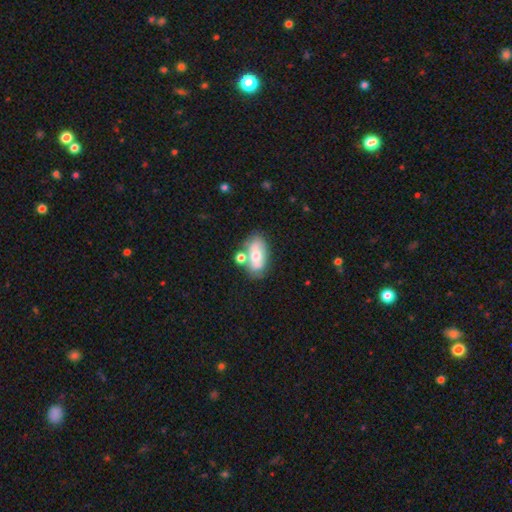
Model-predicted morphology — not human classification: Smooth or featured? smooth (56%)
How rounded? in between (88%)
Merging? none (51%)